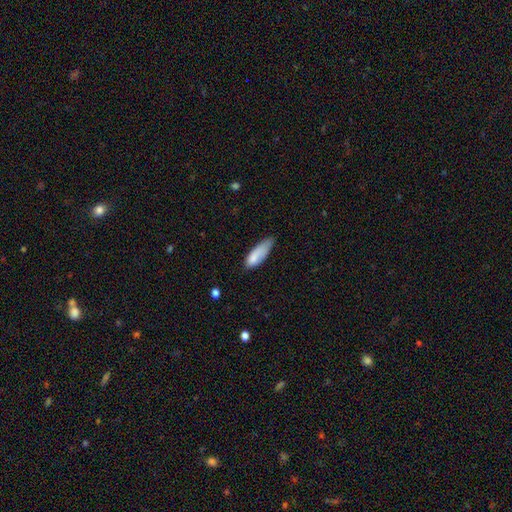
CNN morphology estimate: A smooth galaxy with no disk features (81%) that is in between round and cigar-shaped (61%). Merging: minor disturbance (42%).